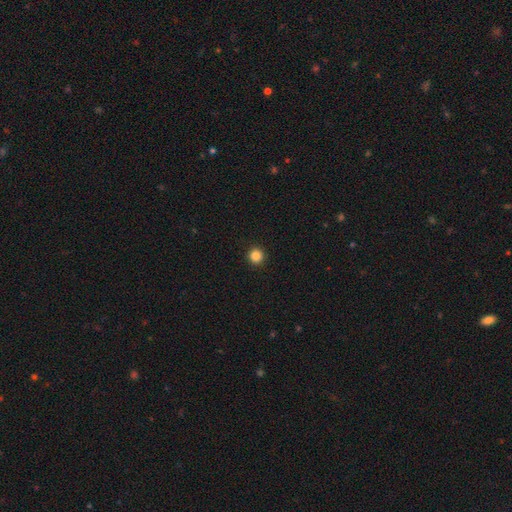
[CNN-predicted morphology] Smooth or featured: smooth — 86% (star or artifact — 11%)
How rounded: round — 96% (in between — 3%)
Merging: none — 94% (minor disturbance — 4%)